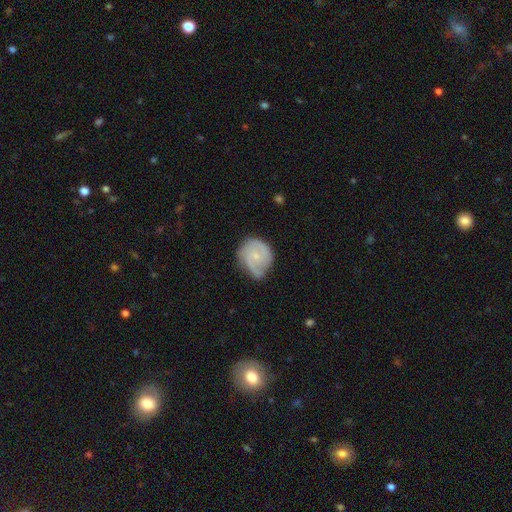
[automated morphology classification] The model was most divided on "spiral winding": tight: 44%, medium: 40%, loose: 16%. Remaining: edge-on disk — no (98%); spiral arms — yes (88%); bar — no (72%); bulge size — small (70%); smooth or featured — featured or disk (66%); spiral arm count — 2 (50%); merging — none (48%).